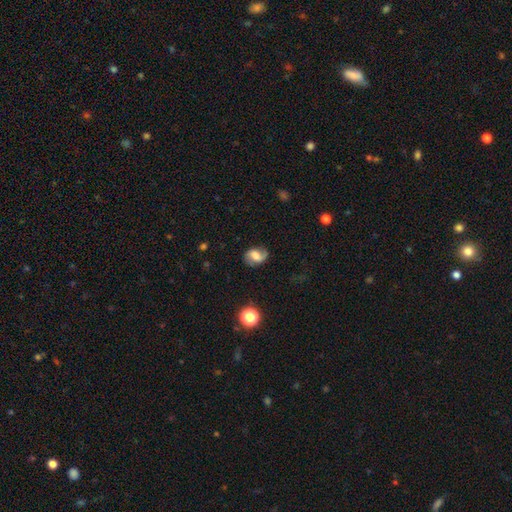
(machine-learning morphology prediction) A featured or disk galaxy (58%) with a weak bar (47%), 2 (87%) loose (43%) spiral arms (90%) and a moderate central bulge (36%). Merging: none (74%).